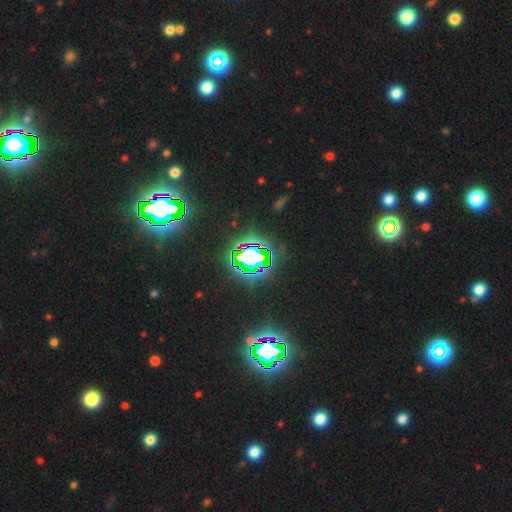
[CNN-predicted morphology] Q: Smooth or featured?
A: star or artifact (80%); runner-up: smooth (10%)